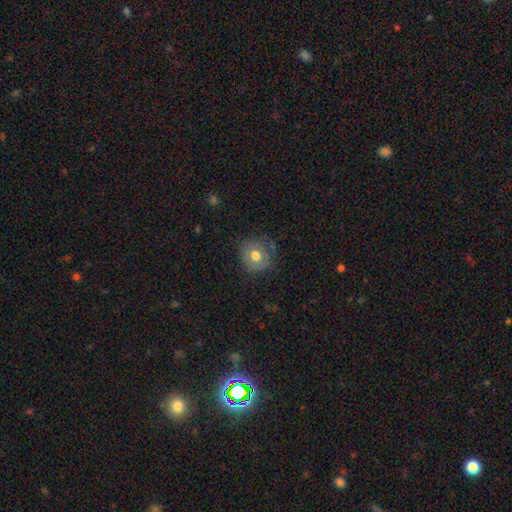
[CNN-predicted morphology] smooth_or_featured: smooth (p=0.66) [alt: featured or disk p=0.25]
how_rounded: round (p=0.88) [alt: in between p=0.11]
merging: none (p=0.74) [alt: minor disturbance p=0.18]